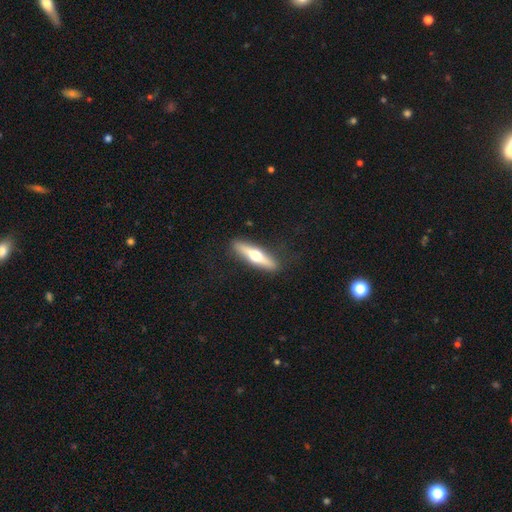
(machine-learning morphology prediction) Smooth or featured? Predicted: featured or disk (p=0.57). Edge-on disk? Predicted: yes (p=0.93). Edge-on bulge? Predicted: rounded (p=0.95). Merging? Predicted: none (p=0.89).